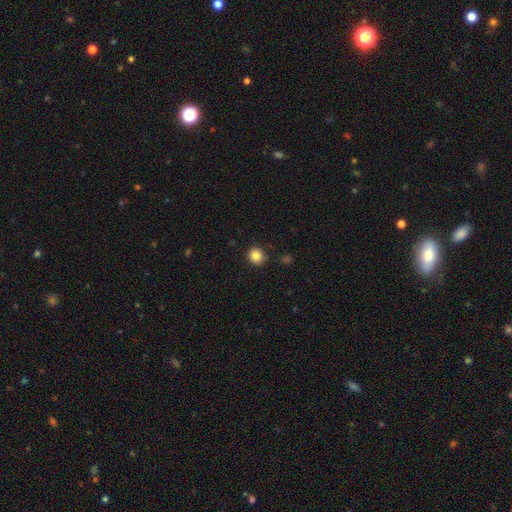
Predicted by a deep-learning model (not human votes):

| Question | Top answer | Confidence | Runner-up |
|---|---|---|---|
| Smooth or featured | smooth | 85% | star or artifact (10%) |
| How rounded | round | 88% | in between (11%) |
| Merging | none | 88% | minor disturbance (8%) |